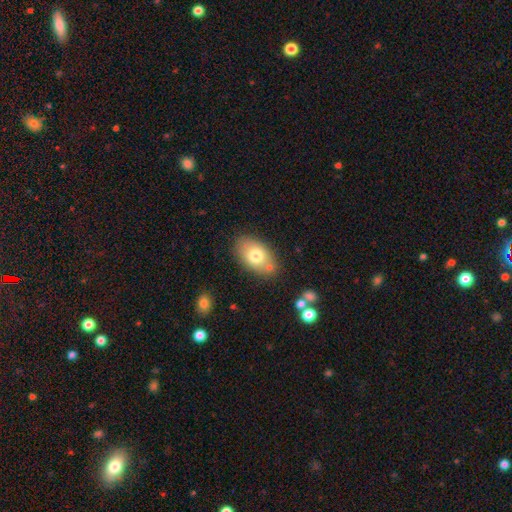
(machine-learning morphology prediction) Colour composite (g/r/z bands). It shows a smooth galaxy with no disk features (73%) that is in between round and cigar-shaped (88%). Merging: none (73%).